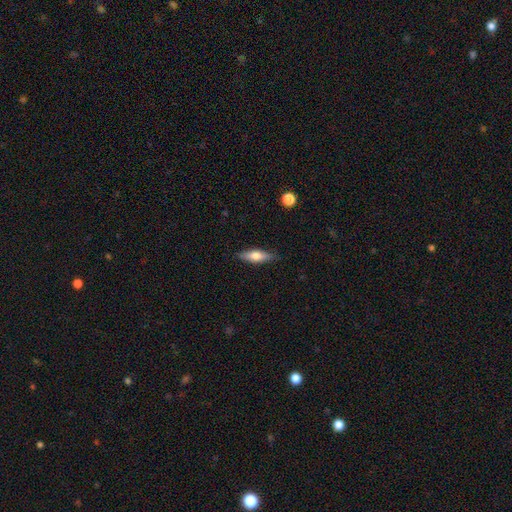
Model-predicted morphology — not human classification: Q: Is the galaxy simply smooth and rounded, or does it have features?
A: smooth — 60%.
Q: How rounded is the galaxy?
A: in between — 49%, tied with cigar-shaped.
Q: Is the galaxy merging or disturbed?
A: none — 86%.